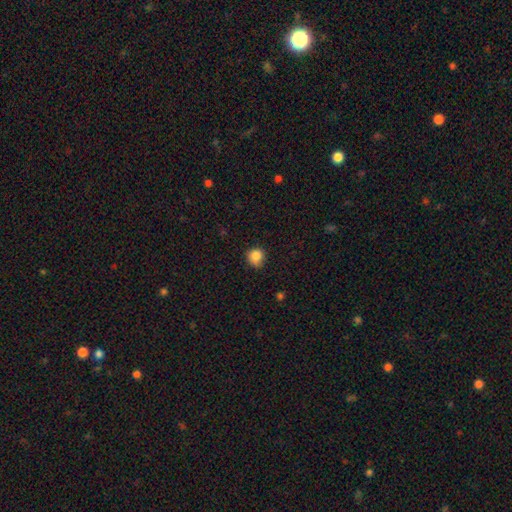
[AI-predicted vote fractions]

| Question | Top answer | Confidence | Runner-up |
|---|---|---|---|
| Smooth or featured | smooth | 84% | star or artifact (11%) |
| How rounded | round | 85% | in between (14%) |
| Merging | none | 71% | minor disturbance (24%) |